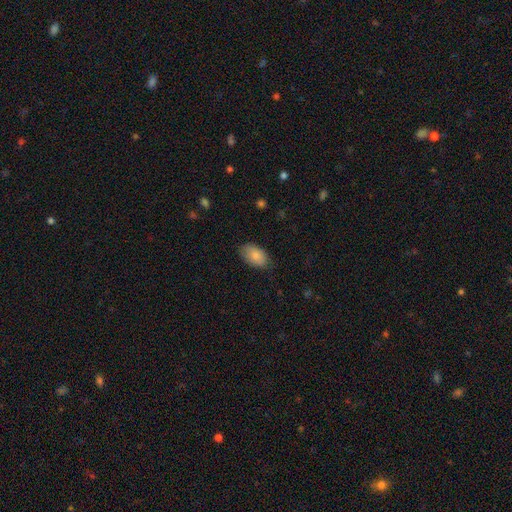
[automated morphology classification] smooth_or_featured: smooth (p=0.85) [alt: featured or disk p=0.09]
how_rounded: in between (p=0.93) [alt: round p=0.06]
merging: none (p=0.79) [alt: minor disturbance p=0.16]